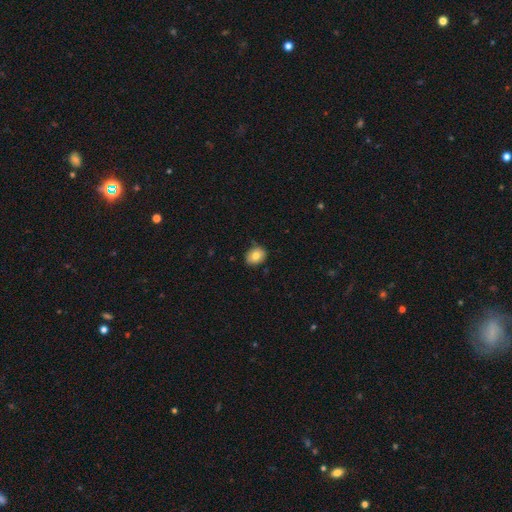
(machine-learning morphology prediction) smooth 79%, featured or disk 12%, star or artifact 9%. Down the decision tree: how rounded — round (50%); merging — none (83%).